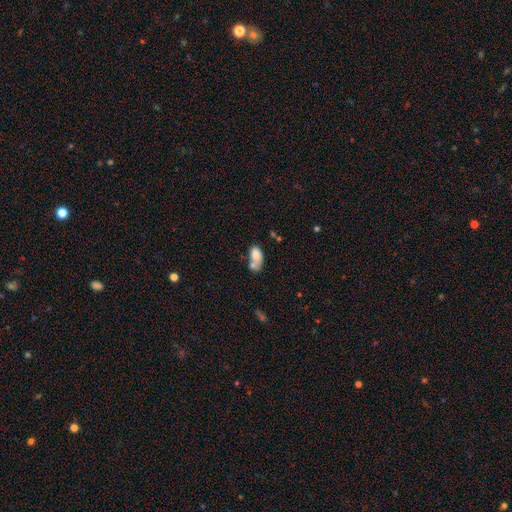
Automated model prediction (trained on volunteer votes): This is likely a smooth galaxy (75%). How rounded: clearly in between (86%). Merging: possibly merger (52%).